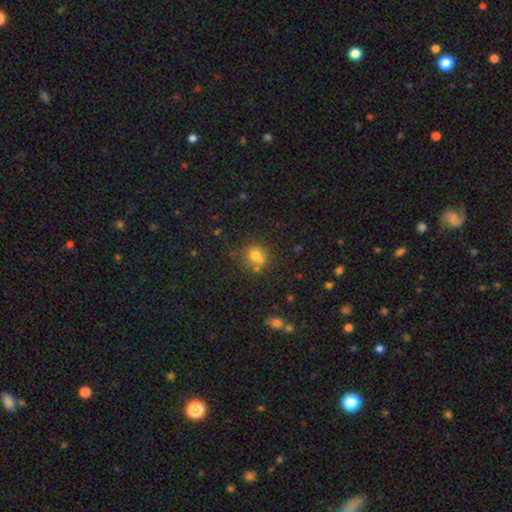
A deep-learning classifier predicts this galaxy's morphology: This appears to be a smooth galaxy with no disk features (69%) that is round (77%). Merging: none (54%).